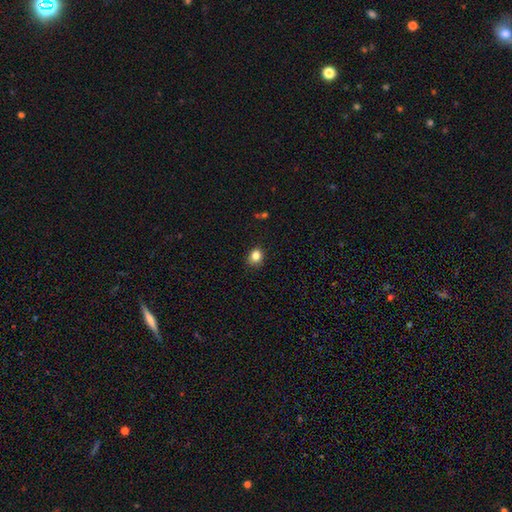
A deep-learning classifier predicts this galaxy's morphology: Overall: smooth (83%). How rounded: round (61%; in between 38%). Merging: none (85%).